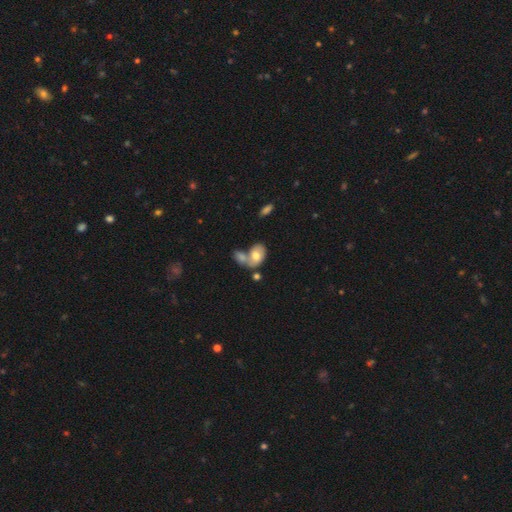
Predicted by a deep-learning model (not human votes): Morphology: type=smooth (65%); roundness=in between (82%); merging=merger (59%).